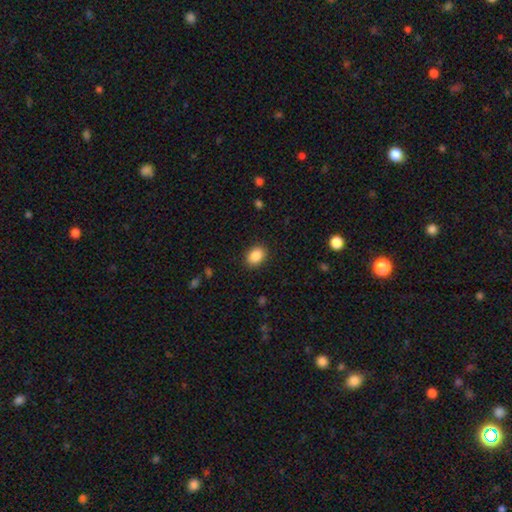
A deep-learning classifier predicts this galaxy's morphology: Smooth or featured: smooth — 88% (star or artifact — 8%)
How rounded: in between — 70% (round — 29%)
Merging: none — 88% (minor disturbance — 8%)